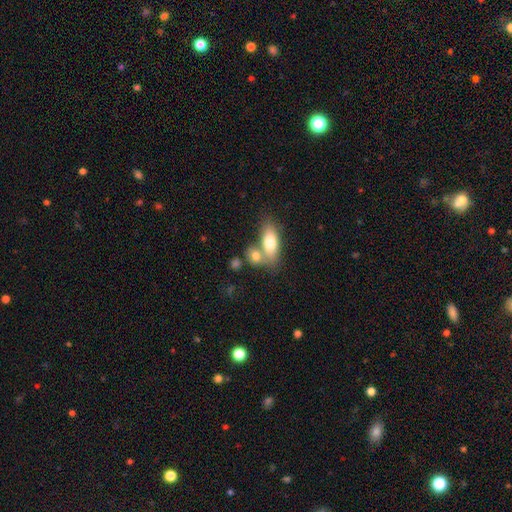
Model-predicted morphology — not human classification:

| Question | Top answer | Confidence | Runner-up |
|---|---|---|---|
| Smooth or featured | smooth | 76% | featured or disk (17%) |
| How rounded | in between | 72% | round (21%) |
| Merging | merger | 51% | none (34%) |